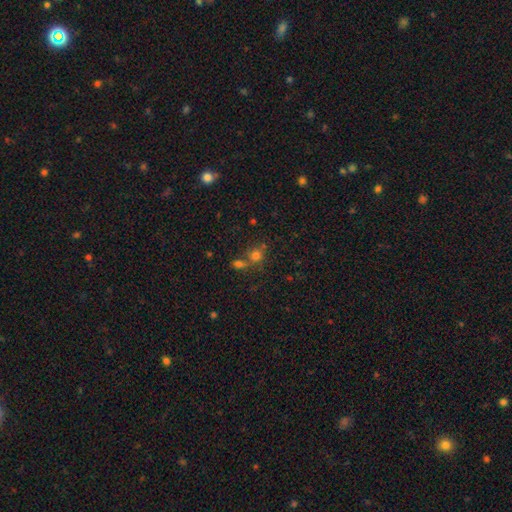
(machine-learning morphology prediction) smooth_or_featured: smooth (p=0.67) [alt: star or artifact p=0.23]
how_rounded: round (p=0.80) [alt: in between p=0.19]
merging: none (p=0.50) [alt: merger p=0.35]